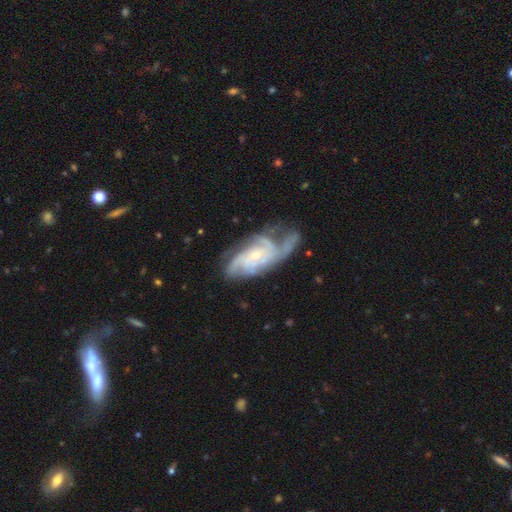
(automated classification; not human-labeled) A featured or disk galaxy (87%) with no bar (66%), 3 (32%) tight (52%) spiral arms (96%) and a small central bulge (71%).

Vote fractions:
- Smooth or featured? featured or disk: 87% / smooth: 8% / star or artifact: 5%
- Edge-on disk? no: 95% / yes: 5%
- Bar? no: 66% / weak: 27% / strong: 7%
- Spiral arms? yes: 96% / no: 4%
- Spiral winding? tight: 52% / medium: 38% / loose: 10%
- Spiral arm count? 3: 32% / 4: 21% / can't tell: 21% / 2: 16% / more than 4: 5% / 1: 5%
- Bulge size? small: 71% / moderate: 24% / none: 2% / large: 1% / dominant: 1%
- Merging? none: 55% / minor disturbance: 25% / major disturbance: 17% / merger: 3%